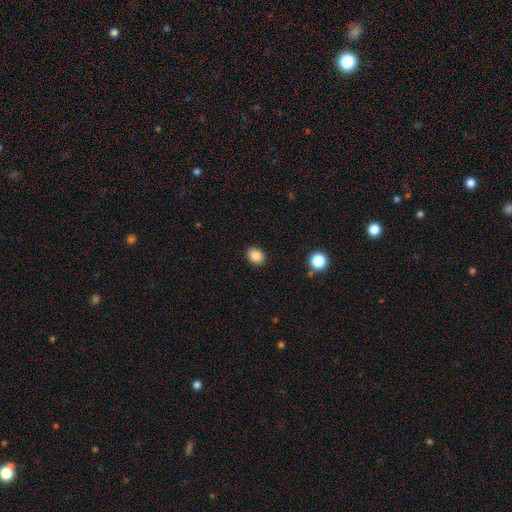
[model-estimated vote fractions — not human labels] A smooth galaxy with no disk features (87%) that is in between round and cigar-shaped (52%).

Vote fractions:
- Smooth or featured? smooth: 87% / star or artifact: 10% / featured or disk: 4%
- How rounded? in between: 52% / round: 48% / cigar-shaped: 1%
- Merging? none: 90% / minor disturbance: 7% / major disturbance: 2% / merger: 1%